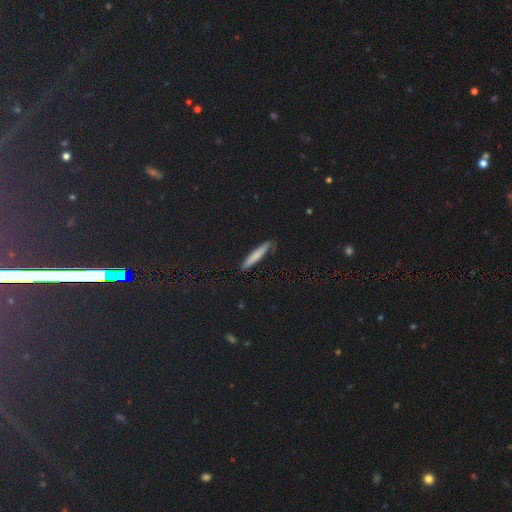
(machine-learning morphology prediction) Q: Smooth or featured?
A: smooth (73%); runner-up: featured or disk (17%)
Q: How rounded?
A: cigar-shaped (92%); runner-up: in between (5%)
Q: Merging?
A: none (86%); runner-up: minor disturbance (10%)